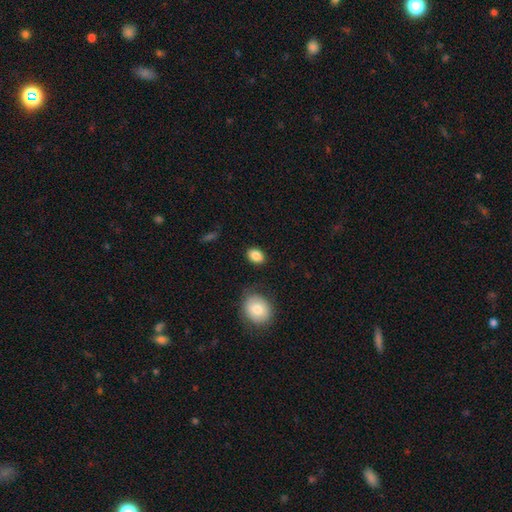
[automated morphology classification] Smooth or featured?
  - smooth: 87% *
  - star or artifact: 8%
  - featured or disk: 5%
How rounded?
  - in between: 73% *
  - round: 25%
  - cigar-shaped: 1%
Merging?
  - none: 83% *
  - minor disturbance: 11%
  - major disturbance: 3%
  - merger: 3%